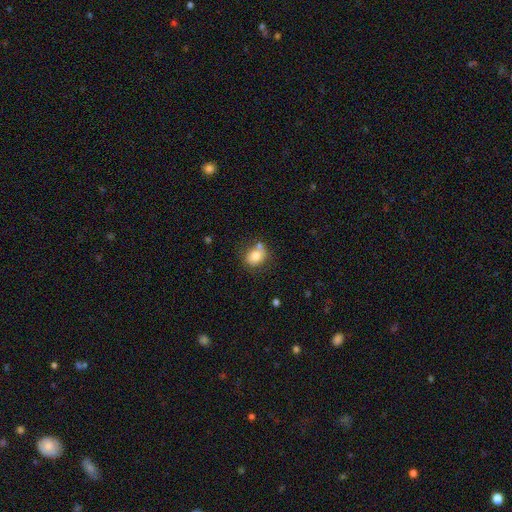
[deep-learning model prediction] Overall: smooth (76%). How rounded: round (56%; in between 43%). Merging: none (60%).